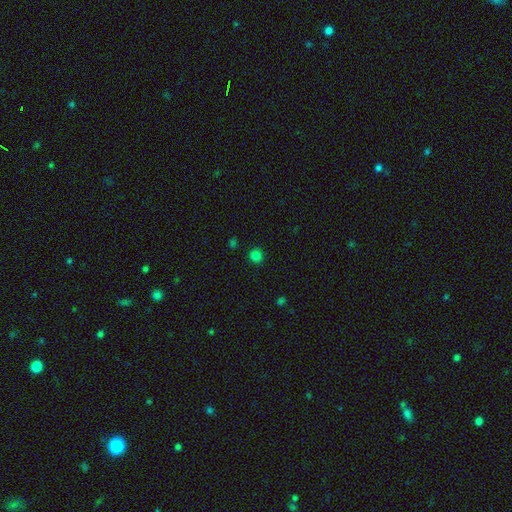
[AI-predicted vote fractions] Smooth or featured? Predicted: smooth (p=0.81). How rounded? Predicted: round (p=0.94). Merging? Predicted: none (p=0.91).